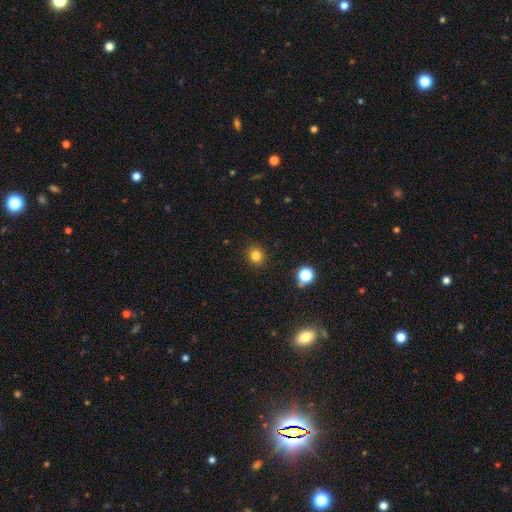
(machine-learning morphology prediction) Smooth or featured? Predicted: smooth (p=0.82). How rounded? Predicted: round (p=0.82). Merging? Predicted: none (p=0.90).